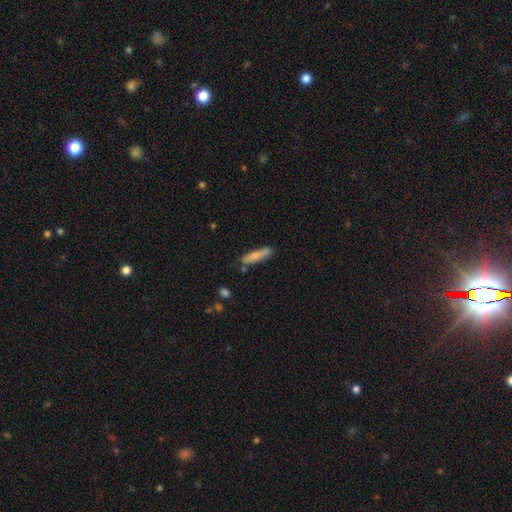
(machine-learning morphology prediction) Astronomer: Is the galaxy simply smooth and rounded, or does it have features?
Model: smooth — 77%.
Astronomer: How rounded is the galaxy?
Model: cigar-shaped — 80%.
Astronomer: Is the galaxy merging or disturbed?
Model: none — 70%.